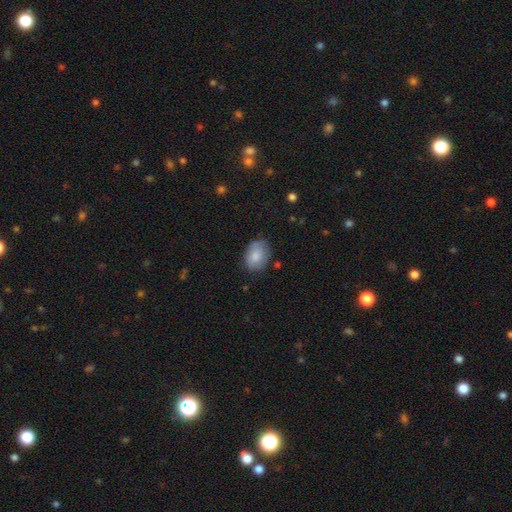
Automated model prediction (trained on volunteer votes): The model was most divided on "how rounded": in between: 71%, round: 28%, cigar-shaped: 1%. More confident: smooth or featured — smooth (79%); merging — none (70%).